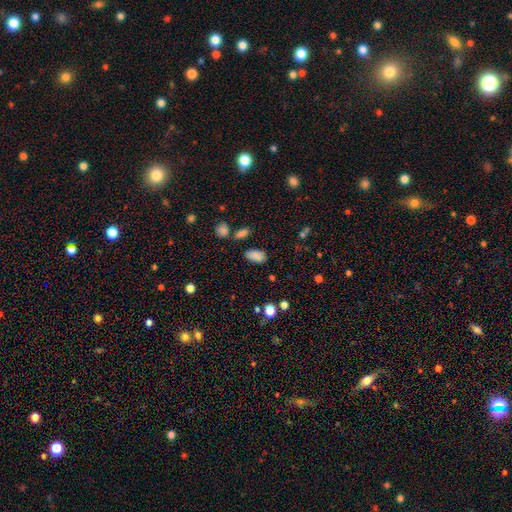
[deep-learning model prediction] The model was most divided on "merging": none: 76%, minor disturbance: 15%, merger: 5%, major disturbance: 4%. More confident: how rounded — in between (92%); smooth or featured — smooth (84%).